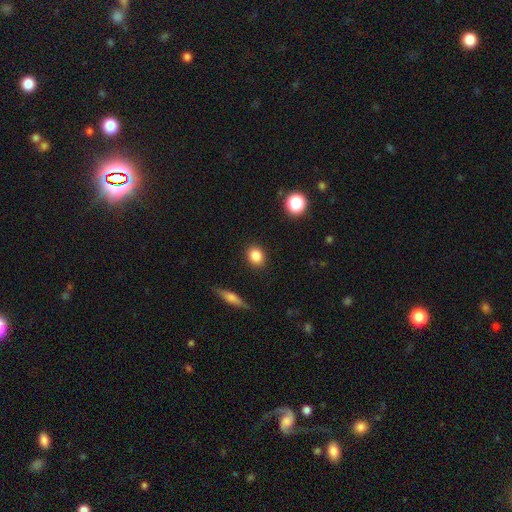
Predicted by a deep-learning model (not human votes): Smooth or featured? Predicted: smooth (p=0.85). How rounded? Predicted: round (p=0.62). Merging? Predicted: none (p=0.89).